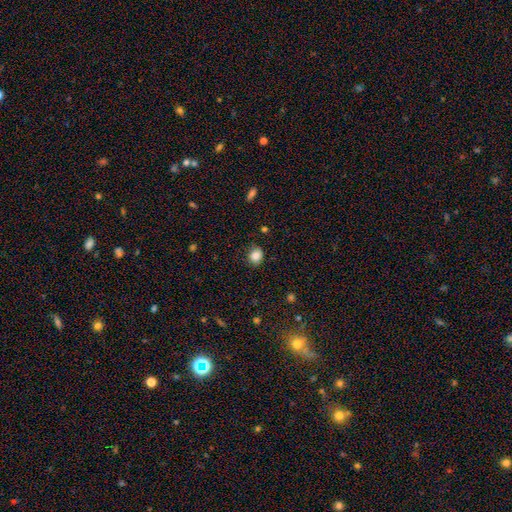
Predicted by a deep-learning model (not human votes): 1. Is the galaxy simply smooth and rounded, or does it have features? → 86% smooth, 10% star or artifact, 4% featured or disk.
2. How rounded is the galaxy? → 69% round, 30% in between, 1% cigar-shaped.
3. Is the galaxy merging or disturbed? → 82% none, 14% minor disturbance, 3% major disturbance, 1% merger.